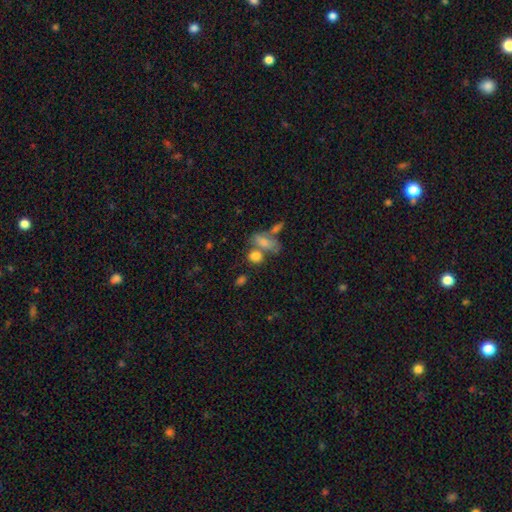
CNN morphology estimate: Q: Smooth or featured?
A: smooth (75%); runner-up: featured or disk (13%)
Q: How rounded?
A: in between (66%); runner-up: round (30%)
Q: Merging?
A: none (40%); runner-up: merger (37%)